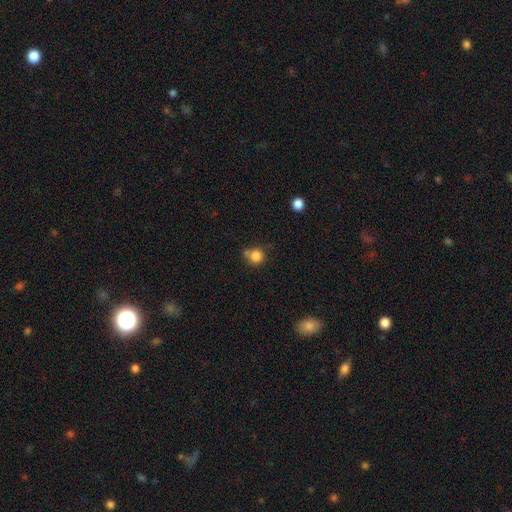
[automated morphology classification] A smooth galaxy with no disk features (83%) that is round (88%). Merging: none (57%).